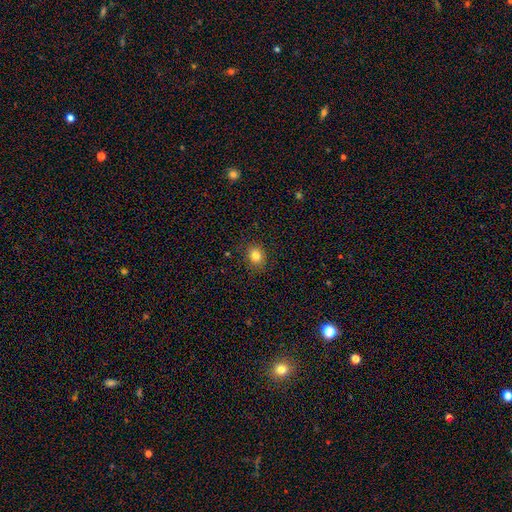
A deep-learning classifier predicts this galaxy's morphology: A smooth galaxy with no disk features (82%) that is round (66%). Merging: none (87%).